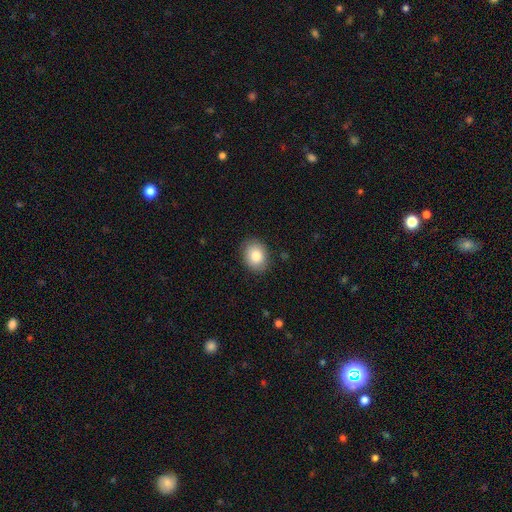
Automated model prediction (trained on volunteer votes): Smooth or featured? Predicted: smooth (p=0.84). How rounded? Predicted: in between (p=0.53). Merging? Predicted: none (p=0.86).